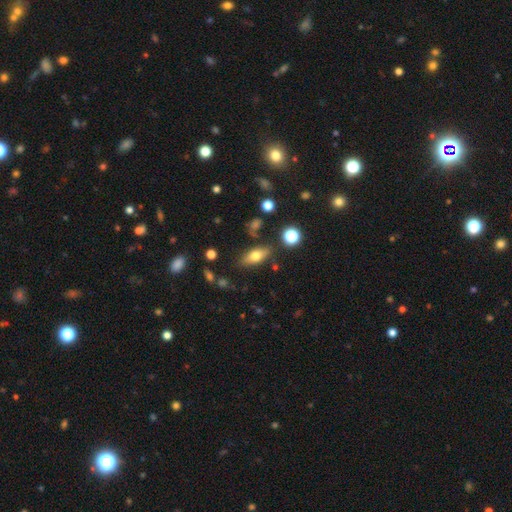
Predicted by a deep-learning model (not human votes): The model was most divided on "smooth or featured": smooth: 67%, featured or disk: 23%, star or artifact: 10%. More confident: merging — none (78%); how rounded — in between (77%).